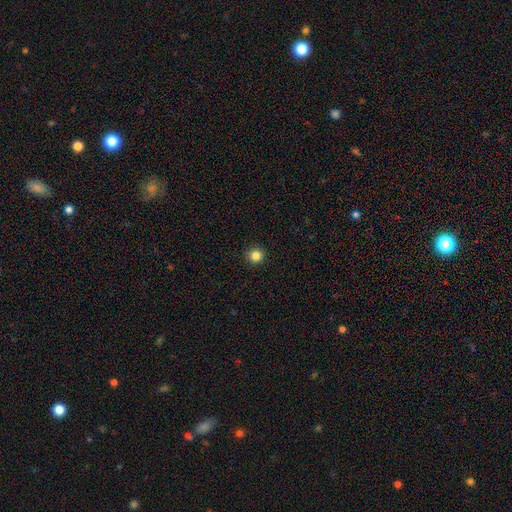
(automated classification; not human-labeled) A smooth galaxy with no disk features (84%) that is round (95%).

Vote fractions:
- Smooth or featured? smooth: 84% / star or artifact: 12% / featured or disk: 4%
- How rounded? round: 95% / in between: 4% / cigar-shaped: 1%
- Merging? none: 92% / minor disturbance: 5% / major disturbance: 2% / merger: 1%